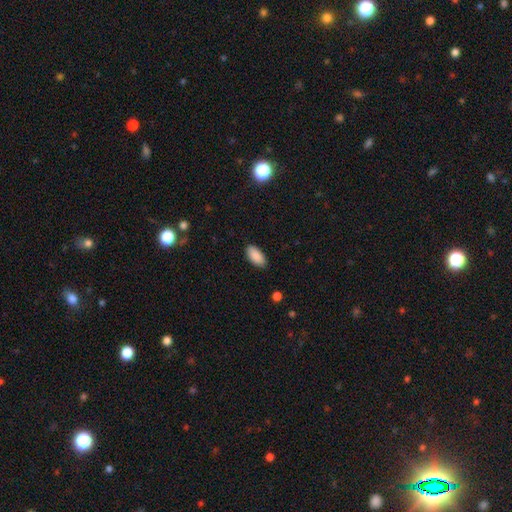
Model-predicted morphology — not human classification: The model was most divided on "merging": none: 87%, minor disturbance: 10%, major disturbance: 2%, merger: 1%. More confident: how rounded — in between (92%); smooth or featured — smooth (90%).